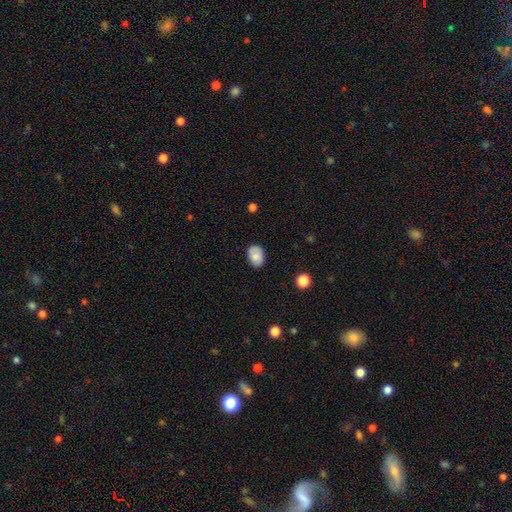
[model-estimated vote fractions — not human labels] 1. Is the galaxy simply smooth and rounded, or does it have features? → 78% smooth, 14% featured or disk, 8% star or artifact.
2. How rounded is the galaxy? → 79% in between, 20% round, 1% cigar-shaped.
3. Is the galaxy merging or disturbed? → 79% none, 16% minor disturbance, 3% major disturbance, 1% merger.